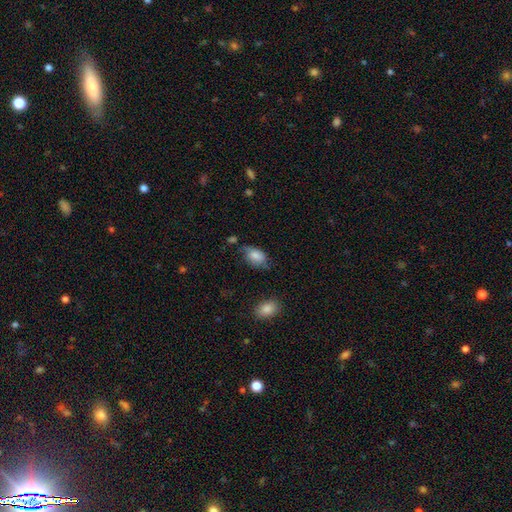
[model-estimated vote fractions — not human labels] A smooth galaxy with no disk features (79%) that is in between round and cigar-shaped (88%). Merging: none (52%).